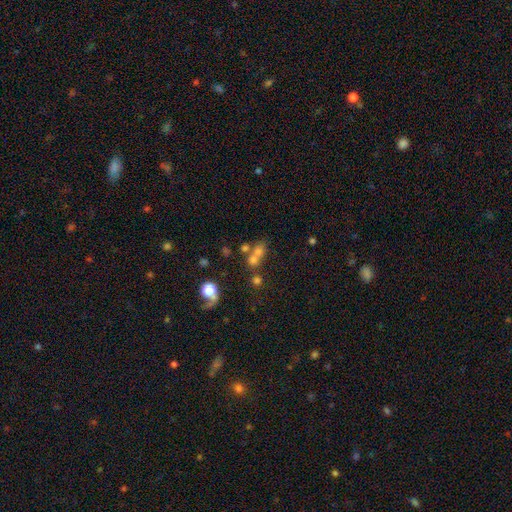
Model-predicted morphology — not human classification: Smooth or featured: smooth — 62% (featured or disk — 19%)
How rounded: round — 68% (in between — 29%)
Merging: merger — 52% (none — 35%)